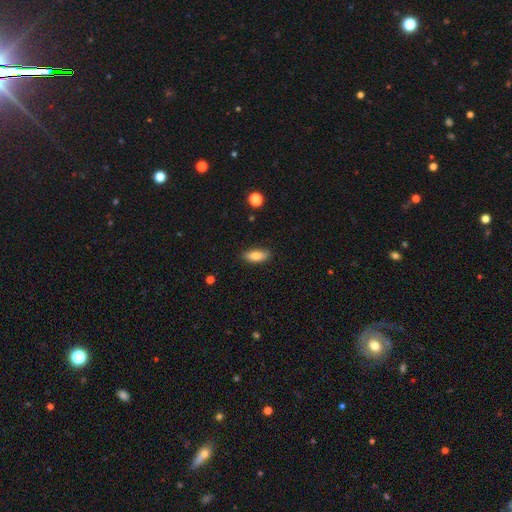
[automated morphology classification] Q: Smooth or featured?
A: smooth (80%); runner-up: featured or disk (13%)
Q: How rounded?
A: in between (77%); runner-up: cigar-shaped (20%)
Q: Merging?
A: none (86%); runner-up: minor disturbance (11%)